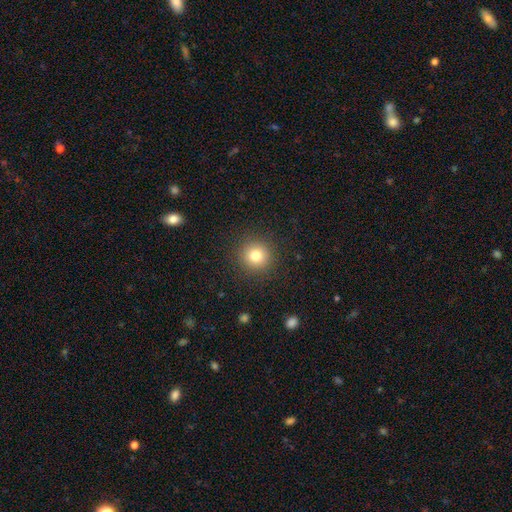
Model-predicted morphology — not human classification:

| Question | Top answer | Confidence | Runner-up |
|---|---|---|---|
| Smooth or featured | smooth | 80% | star or artifact (12%) |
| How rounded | round | 94% | in between (5%) |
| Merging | none | 90% | minor disturbance (6%) |